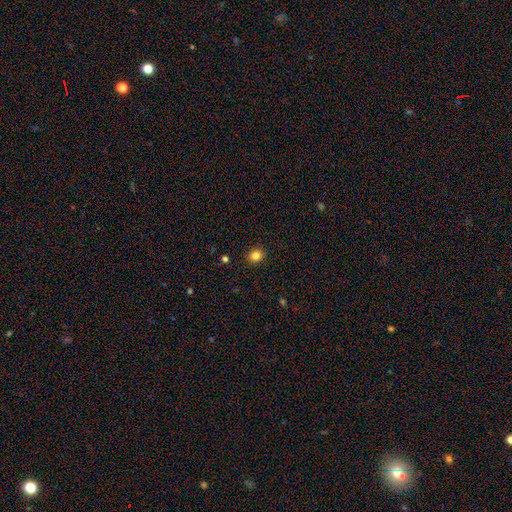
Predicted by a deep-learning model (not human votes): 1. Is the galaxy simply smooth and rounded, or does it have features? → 83% smooth, 12% star or artifact, 5% featured or disk.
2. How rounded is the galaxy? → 79% round, 20% in between, 1% cigar-shaped.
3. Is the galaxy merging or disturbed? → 92% none, 6% minor disturbance, 2% major disturbance, 1% merger.